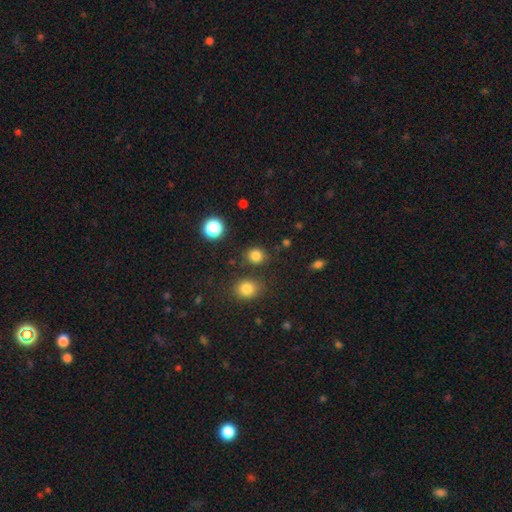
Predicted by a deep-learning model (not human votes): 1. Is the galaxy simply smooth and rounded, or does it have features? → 81% smooth, 14% star or artifact, 4% featured or disk.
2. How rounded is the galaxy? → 74% round, 25% in between, 1% cigar-shaped.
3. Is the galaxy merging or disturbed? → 81% none, 10% minor disturbance, 6% merger, 3% major disturbance.